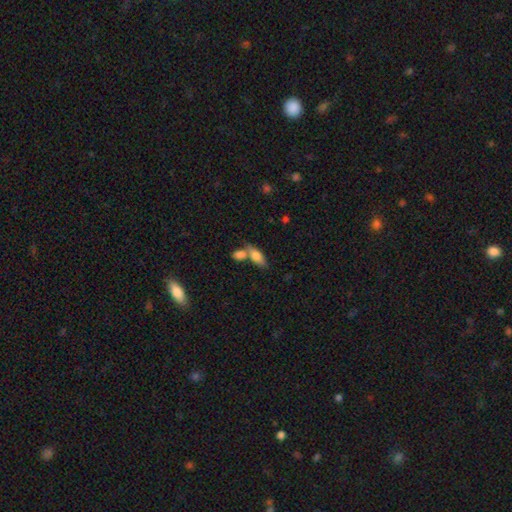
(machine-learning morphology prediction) A smooth galaxy with no disk features (76%) that is in between round and cigar-shaped (78%).

Vote fractions:
- Smooth or featured? smooth: 76% / featured or disk: 17% / star or artifact: 8%
- How rounded? in between: 78% / cigar-shaped: 18% / round: 4%
- Merging? merger: 46% / none: 39% / minor disturbance: 10% / major disturbance: 4%